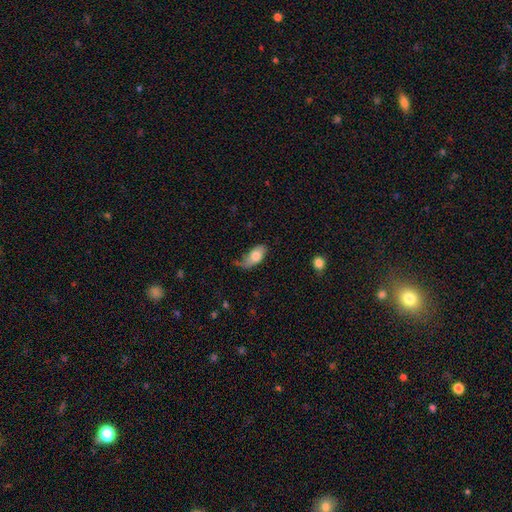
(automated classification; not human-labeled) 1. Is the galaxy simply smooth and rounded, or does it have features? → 74% smooth, 20% featured or disk, 6% star or artifact.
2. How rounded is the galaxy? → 90% in between, 6% cigar-shaped, 4% round.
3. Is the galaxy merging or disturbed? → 40% none, 37% minor disturbance, 19% major disturbance, 4% merger.